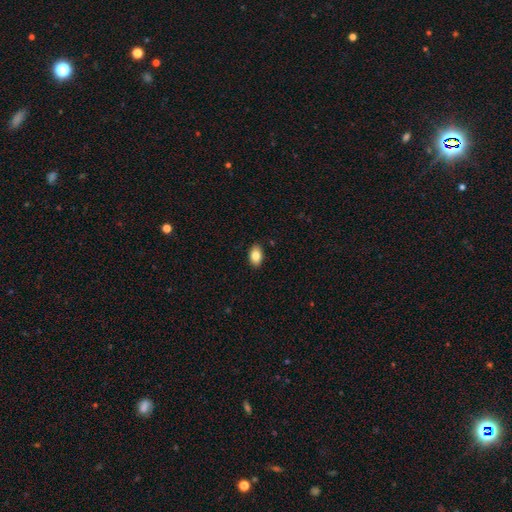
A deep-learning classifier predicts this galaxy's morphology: The model was most divided on "smooth or featured": smooth: 85%, star or artifact: 8%, featured or disk: 7%. More confident: how rounded — in between (90%); merging — none (89%).